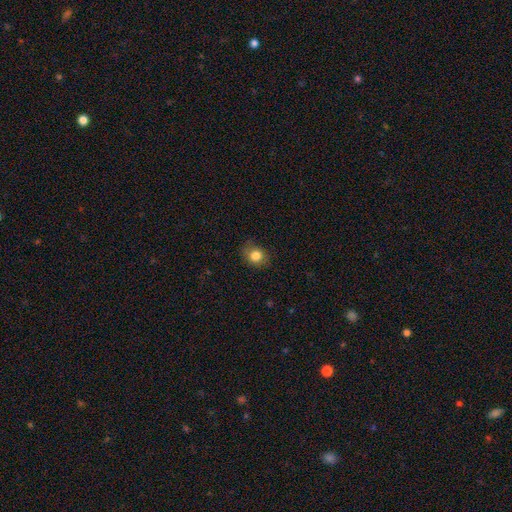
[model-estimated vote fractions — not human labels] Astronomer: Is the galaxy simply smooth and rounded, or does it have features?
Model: smooth — 82%.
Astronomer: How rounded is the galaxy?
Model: round — 67%.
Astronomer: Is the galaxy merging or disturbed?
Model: none — 80%.